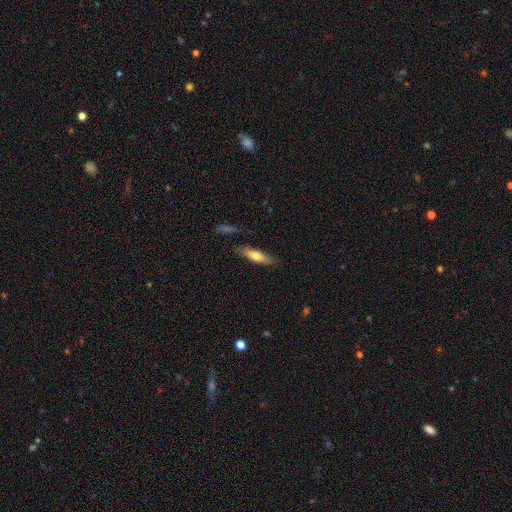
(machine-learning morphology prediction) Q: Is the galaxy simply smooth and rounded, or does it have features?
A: smooth — 63%.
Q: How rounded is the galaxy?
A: cigar-shaped — 69%.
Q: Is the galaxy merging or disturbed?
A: none — 81%.